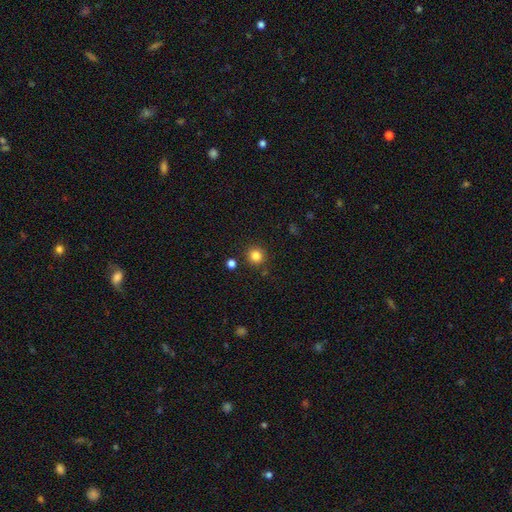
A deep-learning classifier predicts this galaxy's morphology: The model was most divided on "smooth or featured": smooth: 83%, star or artifact: 12%, featured or disk: 5%. More confident: how rounded — round (93%); merging — none (87%).